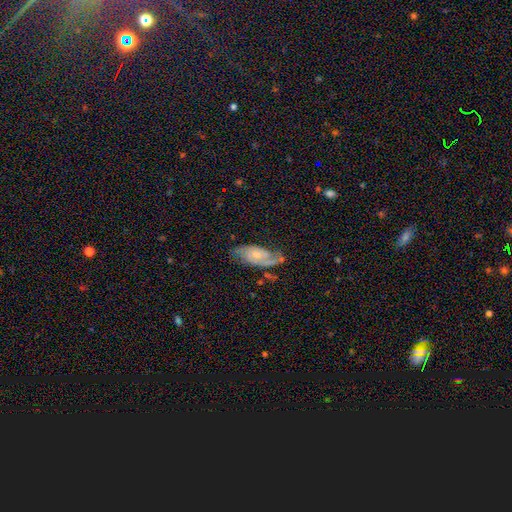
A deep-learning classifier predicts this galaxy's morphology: A featured or disk galaxy (78%) with no bar (63%), 2 (75%) medium (45%) spiral arms (95%) and a small central bulge (57%).

Vote fractions:
- Smooth or featured? featured or disk: 78% / smooth: 15% / star or artifact: 7%
- Edge-on disk? no: 94% / yes: 6%
- Bar? no: 63% / weak: 31% / strong: 6%
- Spiral arms? yes: 95% / no: 5%
- Spiral winding? medium: 45% / tight: 38% / loose: 17%
- Spiral arm count? 2: 75% / can't tell: 10% / 1: 8% / 3: 4% / 4: 1% / more than 4: 1%
- Bulge size? small: 57% / moderate: 32% / none: 7% / large: 3% / dominant: 1%
- Merging? none: 66% / minor disturbance: 21% / major disturbance: 10% / merger: 3%